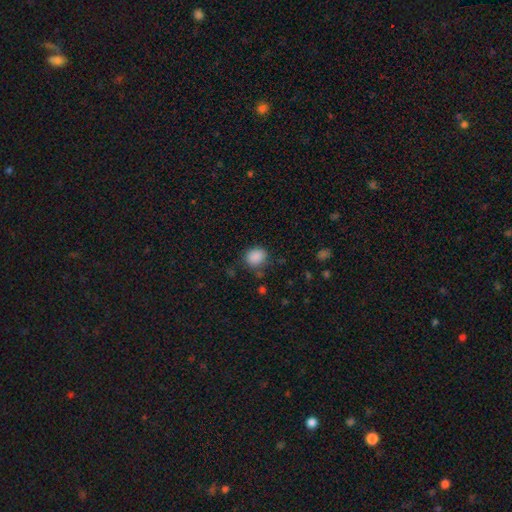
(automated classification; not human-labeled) Q: Smooth or featured?
A: smooth (87%); runner-up: star or artifact (9%)
Q: How rounded?
A: round (62%); runner-up: in between (37%)
Q: Merging?
A: none (77%); runner-up: minor disturbance (16%)